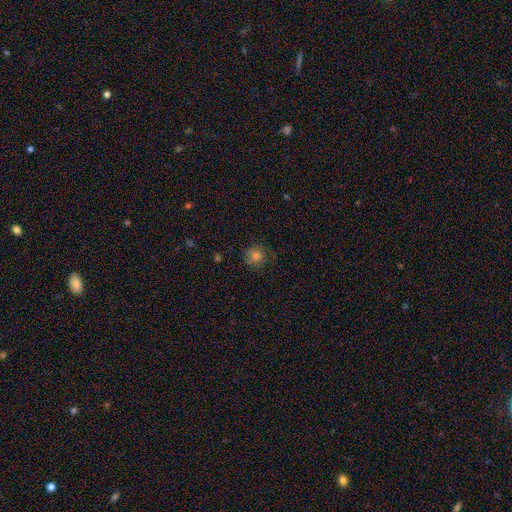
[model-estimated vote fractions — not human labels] Smooth or featured: smooth — 72% (star or artifact — 18%)
How rounded: round — 90% (in between — 9%)
Merging: none — 80% (minor disturbance — 14%)